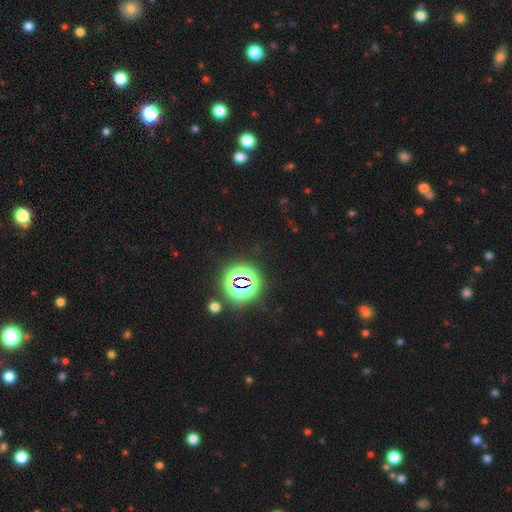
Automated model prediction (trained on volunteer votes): Smooth or featured?
  - star or artifact: 81% *
  - smooth: 12%
  - featured or disk: 7%